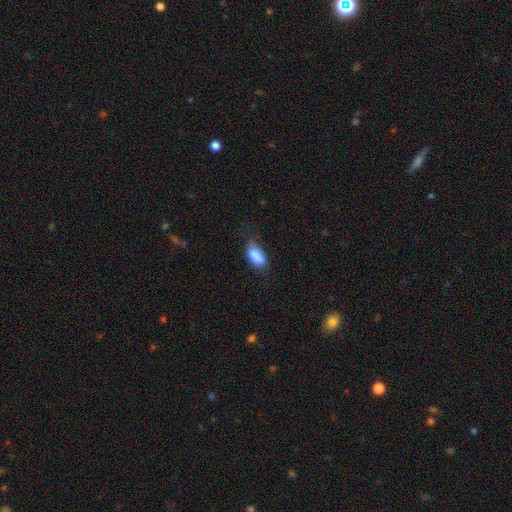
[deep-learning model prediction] This appears to be a smooth galaxy with no disk features (87%) that is in between round and cigar-shaped (91%). Merging: none (62%).